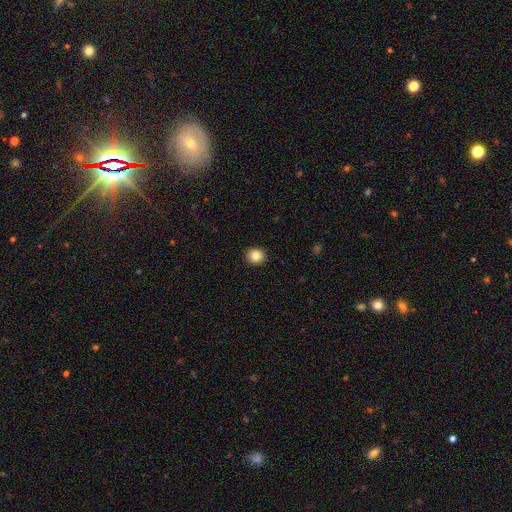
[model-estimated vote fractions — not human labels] This is clearly a smooth galaxy (84%). How rounded: clearly round (85%). Merging: clearly none (92%).